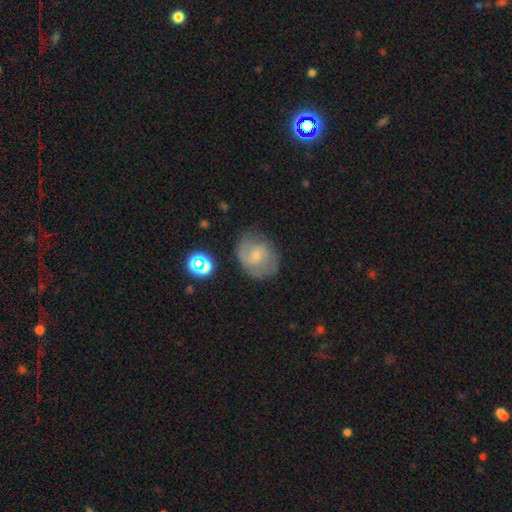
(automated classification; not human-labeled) Q: Smooth or featured?
A: featured or disk (49%); runner-up: smooth (41%)
Q: Merging?
A: none (66%); runner-up: minor disturbance (23%)